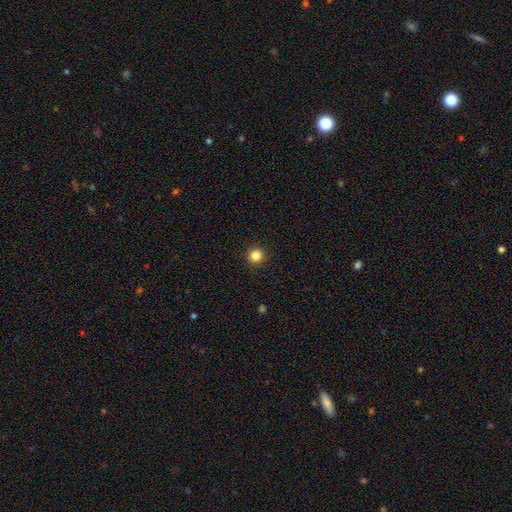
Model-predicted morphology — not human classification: Smooth or featured: smooth — 84% (star or artifact — 12%)
How rounded: round — 96% (in between — 3%)
Merging: none — 93% (minor disturbance — 4%)